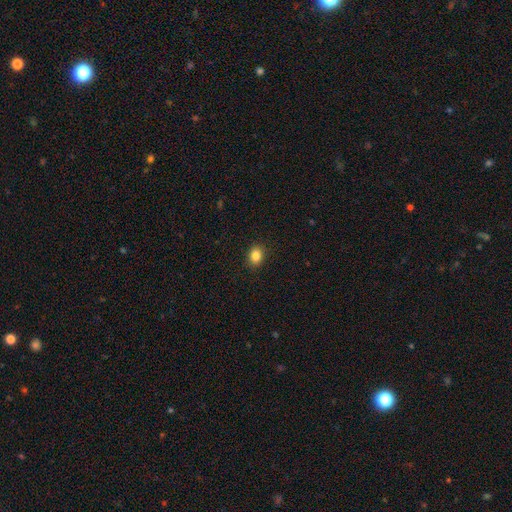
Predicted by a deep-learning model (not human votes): Smooth or featured? Predicted: smooth (p=0.85). How rounded? Predicted: in between (p=0.55). Merging? Predicted: none (p=0.89).